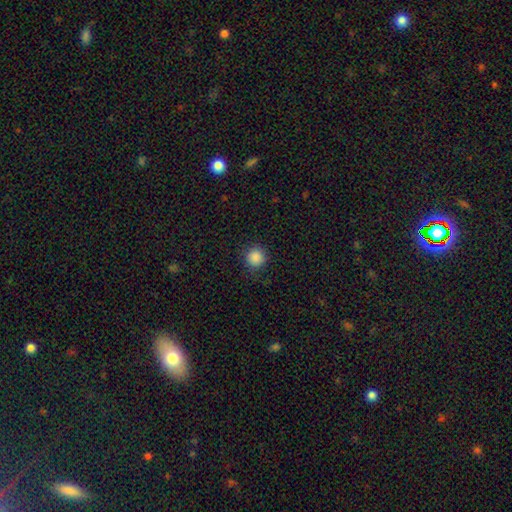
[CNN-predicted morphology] This is clearly a smooth galaxy (87%). How rounded: clearly round (93%). Merging: clearly none (86%).